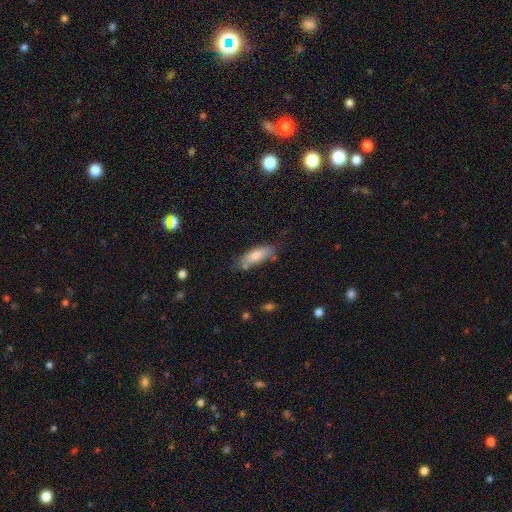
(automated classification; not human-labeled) A smooth galaxy with no disk features (78%) that is in between round and cigar-shaped (61%).

Vote fractions:
- Smooth or featured? smooth: 78% / featured or disk: 15% / star or artifact: 7%
- How rounded? in between: 61% / cigar-shaped: 37% / round: 2%
- Merging? none: 69% / minor disturbance: 20% / merger: 6% / major disturbance: 5%